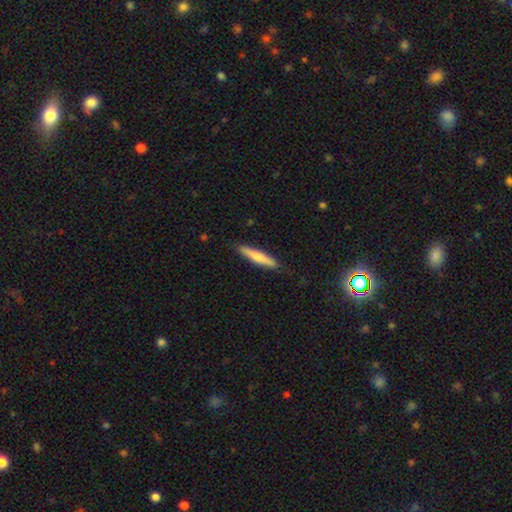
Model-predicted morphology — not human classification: Overall: smooth (54%; featured or disk 40%). How rounded: cigar-shaped (91%). Merging: none (90%).